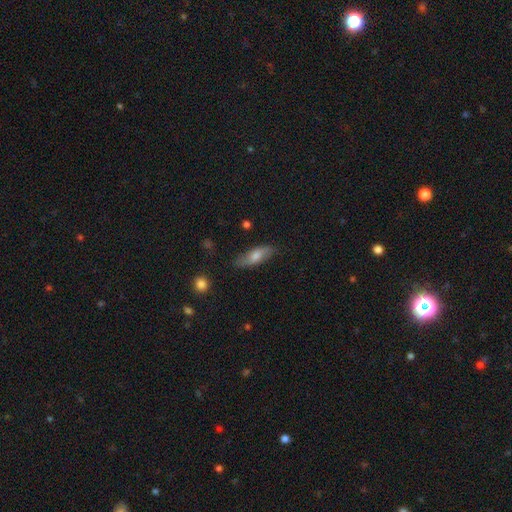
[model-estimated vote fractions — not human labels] Smooth or featured?
  - smooth: 67% *
  - featured or disk: 27%
  - star or artifact: 6%
How rounded?
  - in between: 62% *
  - cigar-shaped: 35%
  - round: 3%
Merging?
  - none: 79% *
  - minor disturbance: 16%
  - major disturbance: 3%
  - merger: 2%